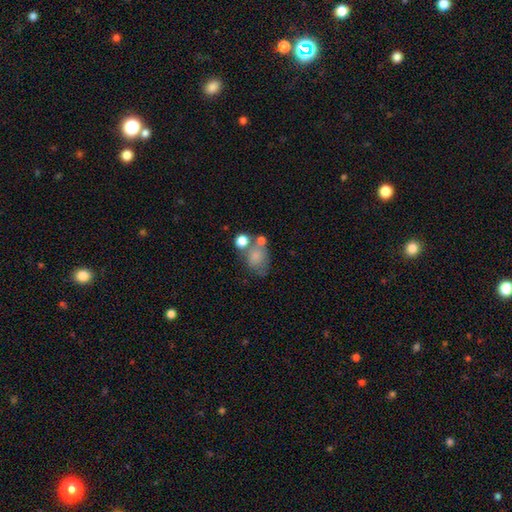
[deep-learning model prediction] smooth-or-featured: smooth: 72% | featured or disk: 16% | star or artifact: 11%
  how-rounded: in between: 59% | round: 39% | cigar-shaped: 1%
  merging: none: 39% | merger: 30% | minor disturbance: 18% | major disturbance: 13%